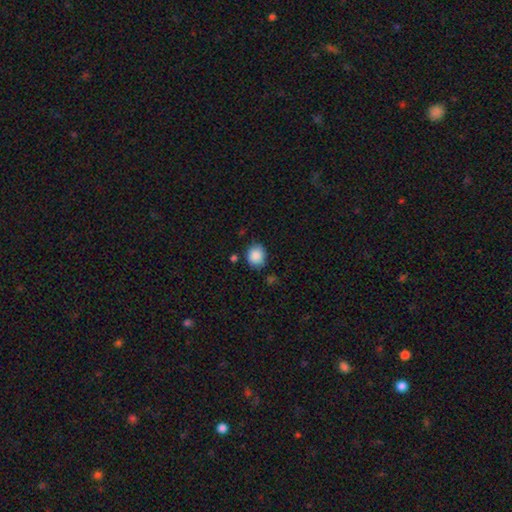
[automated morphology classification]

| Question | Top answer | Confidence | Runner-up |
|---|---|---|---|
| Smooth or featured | smooth | 88% | star or artifact (8%) |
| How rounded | round | 72% | in between (27%) |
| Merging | none | 78% | minor disturbance (15%) |